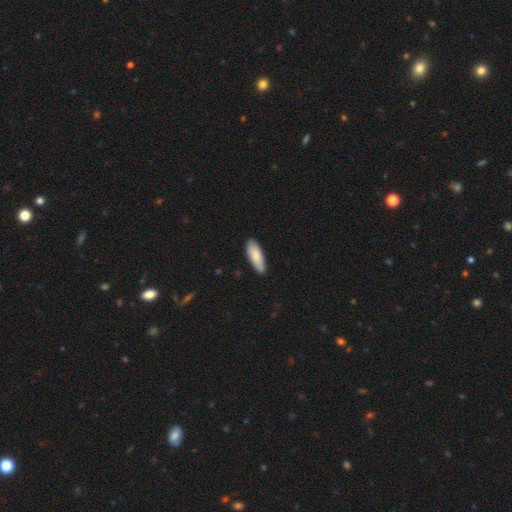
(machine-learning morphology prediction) Overall: smooth (84%). How rounded: in between (62%; cigar-shaped 36%). Merging: none (83%).